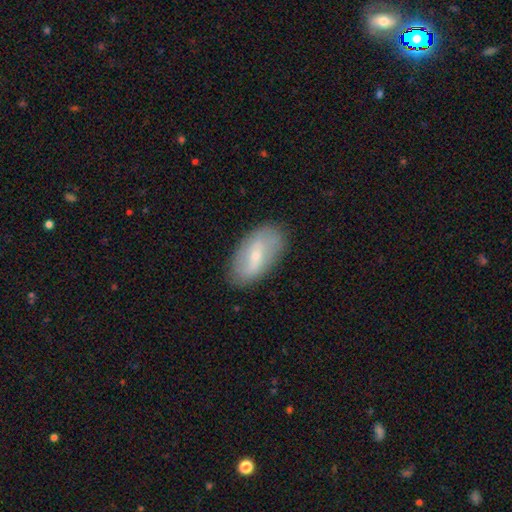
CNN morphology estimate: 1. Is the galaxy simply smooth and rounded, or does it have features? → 50% featured or disk, 43% smooth, 7% star or artifact.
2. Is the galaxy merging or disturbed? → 84% none, 12% minor disturbance, 3% major disturbance, 1% merger.